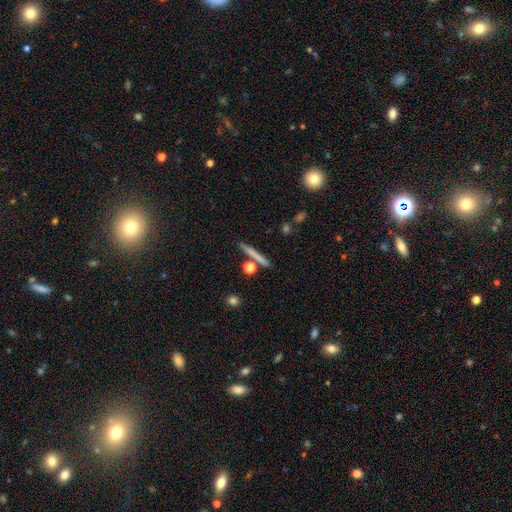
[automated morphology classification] Smooth or featured: smooth — 61% (featured or disk — 31%)
How rounded: cigar-shaped — 89% (round — 6%)
Merging: none — 81% (merger — 9%)